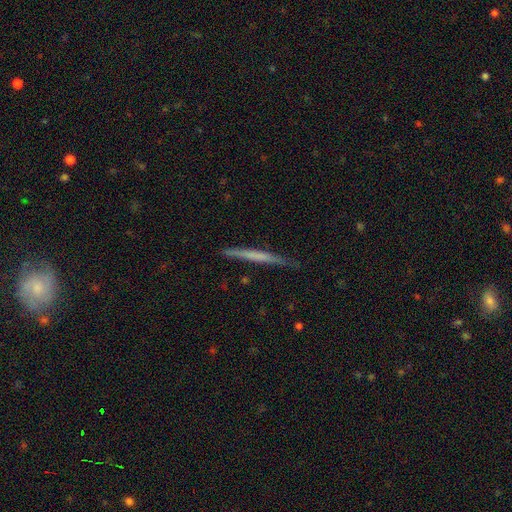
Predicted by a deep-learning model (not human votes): Smooth or featured? Predicted: smooth (p=0.50). Merging? Predicted: none (p=0.87).